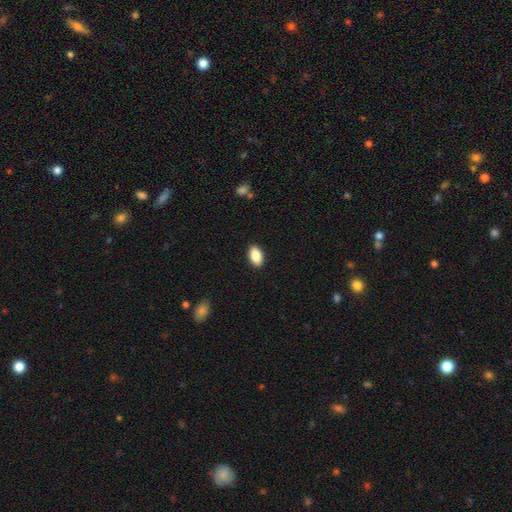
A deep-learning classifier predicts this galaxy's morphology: smooth 86%, star or artifact 7%, featured or disk 7%. Down the decision tree: how rounded — in between (92%); merging — none (90%).